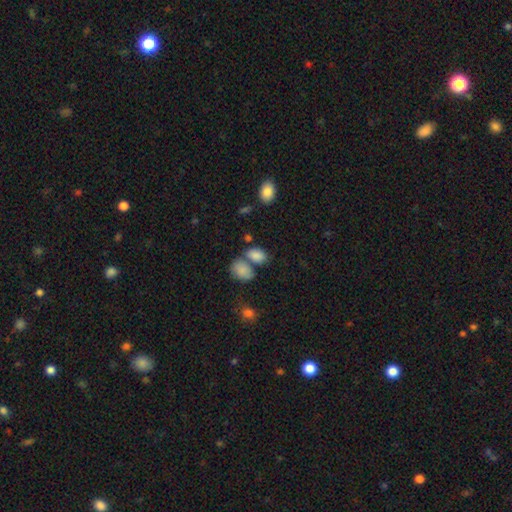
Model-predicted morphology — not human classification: Q: Smooth or featured?
A: smooth (84%); runner-up: star or artifact (9%)
Q: How rounded?
A: in between (87%); runner-up: round (11%)
Q: Merging?
A: none (46%); runner-up: merger (35%)